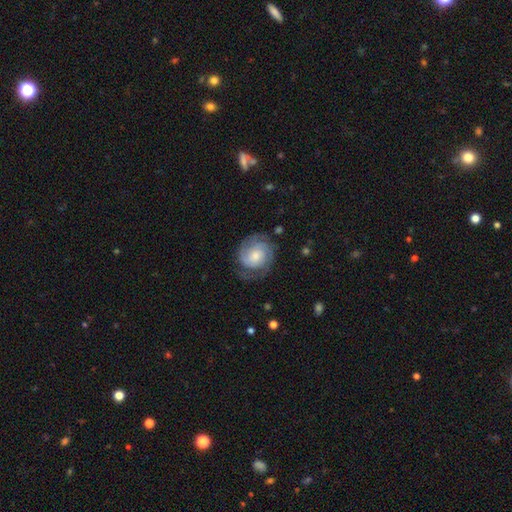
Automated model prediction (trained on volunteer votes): This appears to be a featured or disk galaxy (75%) with no bar (70%), 2 (53%) tight (58%) spiral arms (95%) and a small central bulge (42%). Merging: none (68%).